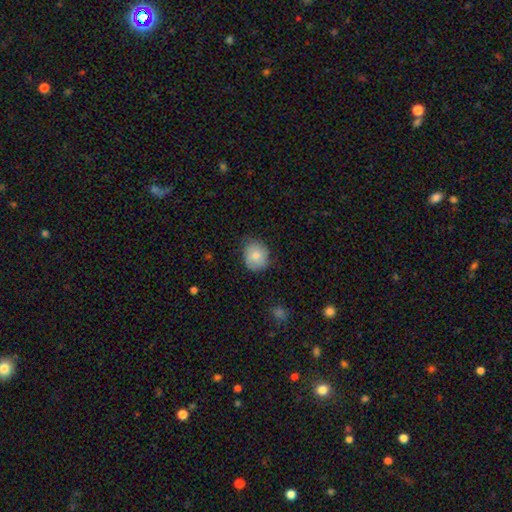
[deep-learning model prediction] Overall: smooth (77%). How rounded: round (65%; in between 34%). Merging: none (68%).